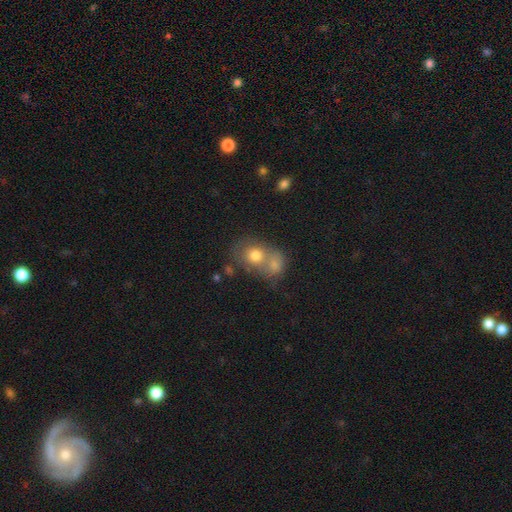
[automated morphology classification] A smooth galaxy with no disk features (72%) that is round (55%).

Vote fractions:
- Smooth or featured? smooth: 72% / featured or disk: 18% / star or artifact: 10%
- How rounded? round: 55% / in between: 44% / cigar-shaped: 1%
- Merging? merger: 58% / none: 28% / minor disturbance: 9% / major disturbance: 5%